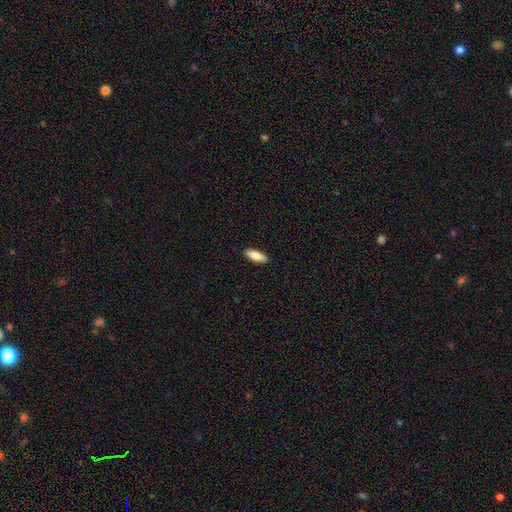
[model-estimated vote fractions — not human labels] smooth 82%, featured or disk 12%, star or artifact 6%. Down the decision tree: how rounded — in between (64%); merging — none (90%).